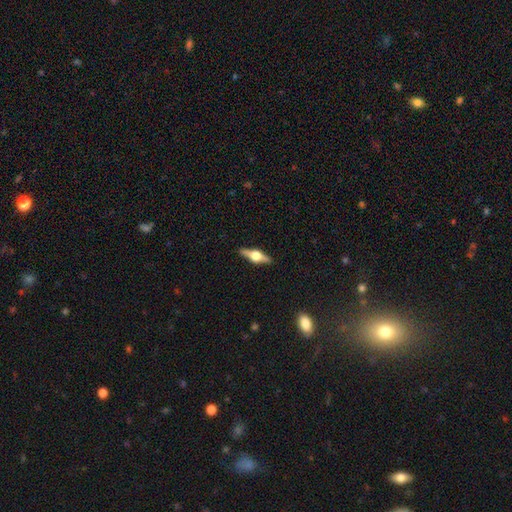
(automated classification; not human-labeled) smooth_or_featured: featured or disk (p=0.71) [alt: smooth p=0.23]
disk_edge_on: yes (p=0.97) [alt: no p=0.03]
edge_on_bulge: rounded (p=0.95) [alt: boxy p=0.04]
merging: none (p=0.90) [alt: minor disturbance p=0.08]